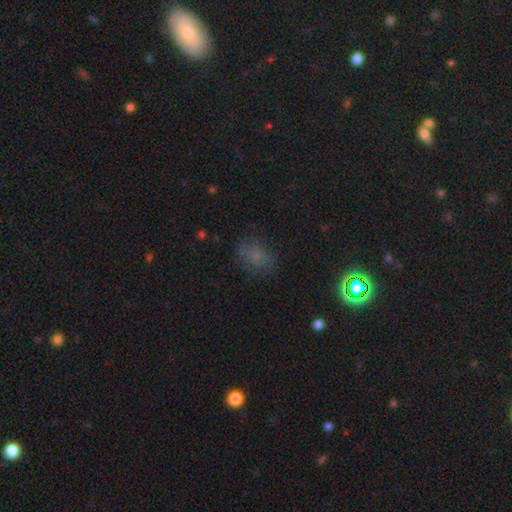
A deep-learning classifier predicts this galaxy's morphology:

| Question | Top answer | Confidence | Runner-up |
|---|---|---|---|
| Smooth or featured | smooth | 61% | star or artifact (24%) |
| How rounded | in between | 61% | round (38%) |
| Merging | none | 70% | minor disturbance (19%) |